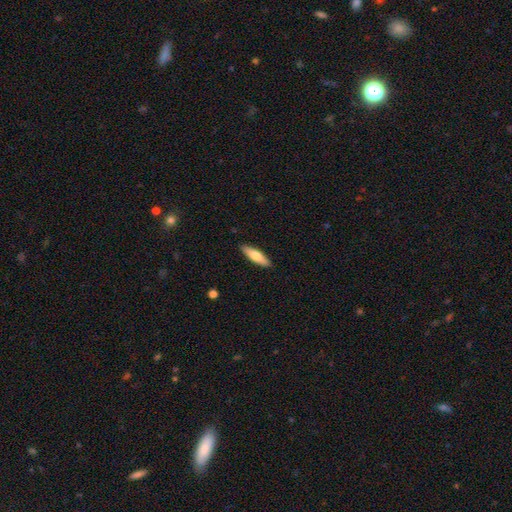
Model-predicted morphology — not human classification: Smooth or featured? Predicted: smooth (p=0.69). How rounded? Predicted: cigar-shaped (p=0.62). Merging? Predicted: none (p=0.90).